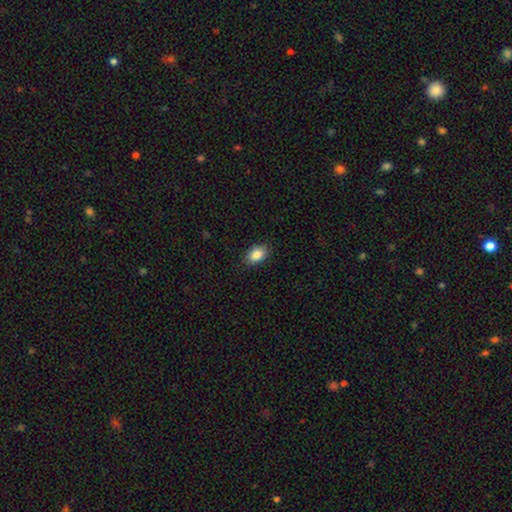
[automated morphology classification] This is clearly a smooth galaxy (87%). How rounded: clearly in between (88%). Merging: clearly none (87%).